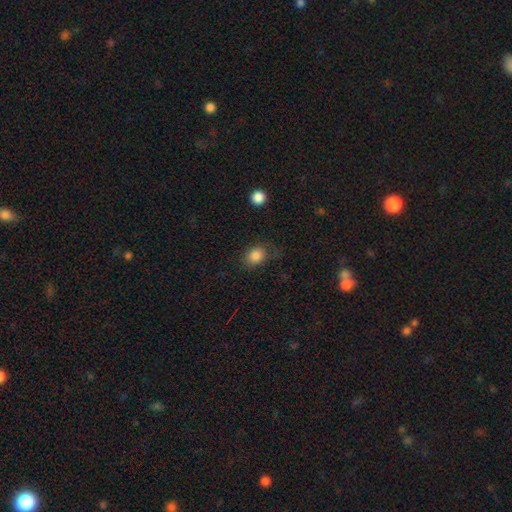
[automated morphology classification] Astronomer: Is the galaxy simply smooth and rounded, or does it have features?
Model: smooth — 83%.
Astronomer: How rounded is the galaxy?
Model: in between — 52% (runner-up: round, 47%).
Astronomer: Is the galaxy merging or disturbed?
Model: none — 69%.